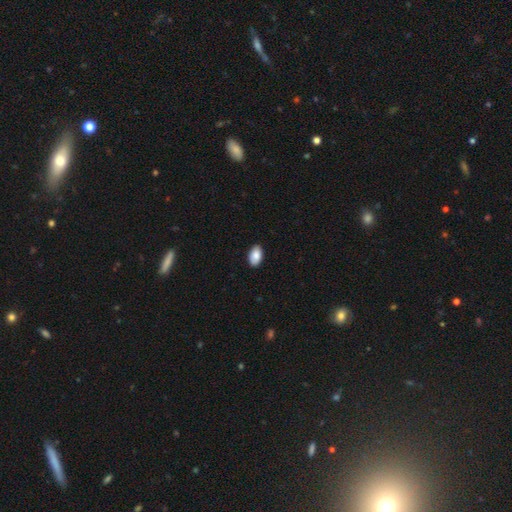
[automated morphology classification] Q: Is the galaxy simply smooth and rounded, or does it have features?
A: smooth — 88%.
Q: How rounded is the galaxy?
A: in between — 94%.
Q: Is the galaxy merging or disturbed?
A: none — 90%.